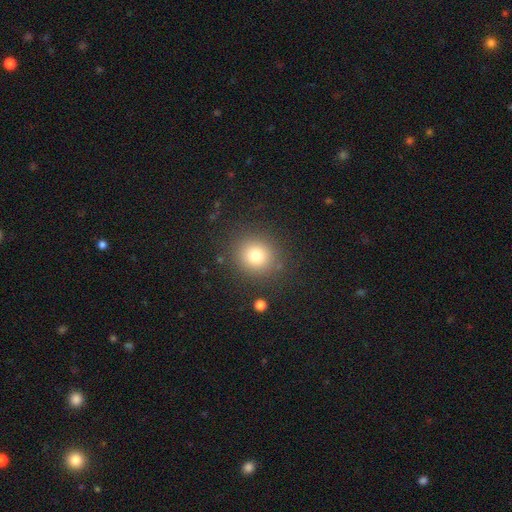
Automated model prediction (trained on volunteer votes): This appears to be a smooth galaxy with no disk features (78%) that is round (87%). Merging: none (86%).